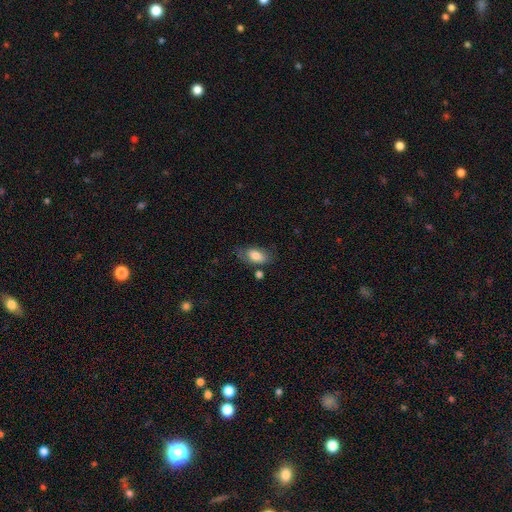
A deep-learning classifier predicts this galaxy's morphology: Overall: smooth (77%). How rounded: in between (90%). Merging: none (61%; minor disturbance 24%).